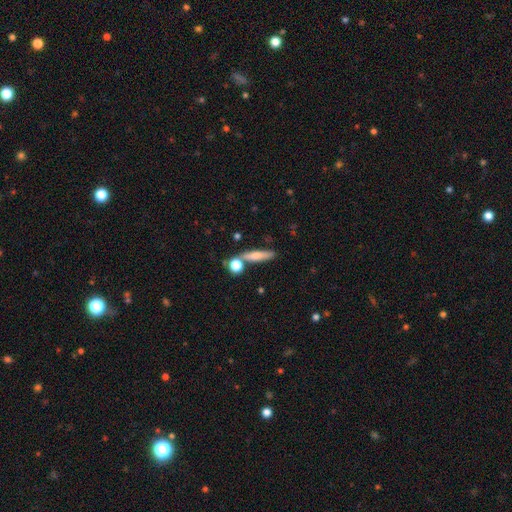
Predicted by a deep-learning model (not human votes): Morphology: type=smooth (68%); roundness=cigar-shaped (74%); merging=none (69%).